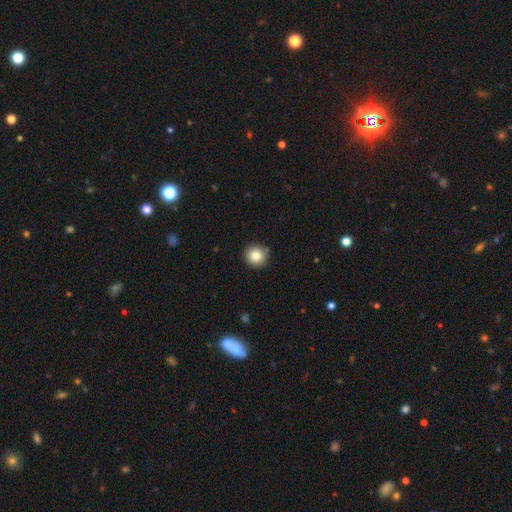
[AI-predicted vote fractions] smooth_or_featured: smooth (p=0.83) [alt: star or artifact p=0.10]
how_rounded: round (p=0.94) [alt: in between p=0.05]
merging: none (p=0.89) [alt: minor disturbance p=0.07]